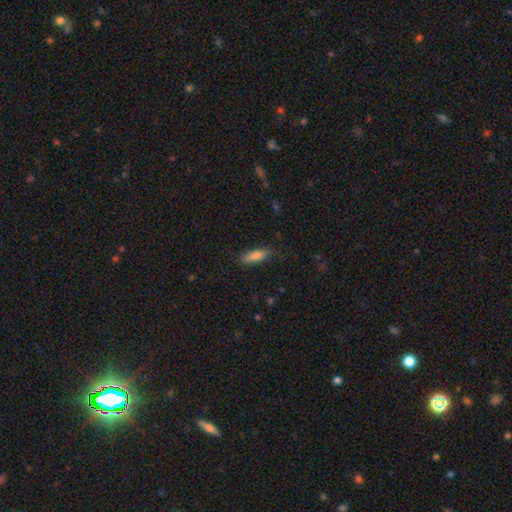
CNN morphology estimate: smooth-or-featured: smooth: 77% | featured or disk: 16% | star or artifact: 7%
  how-rounded: cigar-shaped: 54% | in between: 44% | round: 2%
  merging: none: 79% | minor disturbance: 16% | major disturbance: 3% | merger: 1%